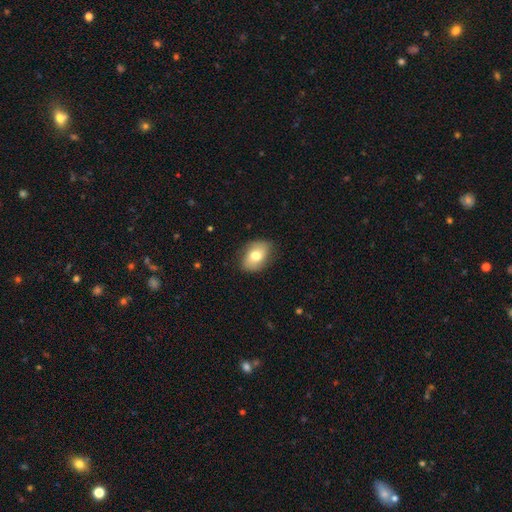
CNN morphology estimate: Q: Smooth or featured?
A: smooth (72%); runner-up: featured or disk (21%)
Q: How rounded?
A: in between (80%); runner-up: round (18%)
Q: Merging?
A: none (82%); runner-up: minor disturbance (14%)